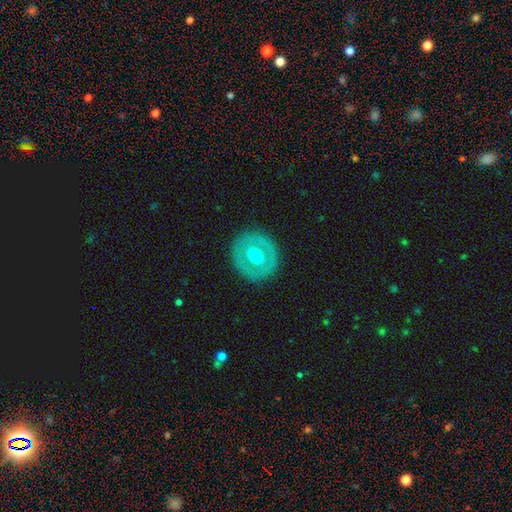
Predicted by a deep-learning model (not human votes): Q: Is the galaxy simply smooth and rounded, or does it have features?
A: featured or disk — 50%.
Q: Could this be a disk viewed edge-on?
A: no — 94%.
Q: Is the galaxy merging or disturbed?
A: none — 85%.